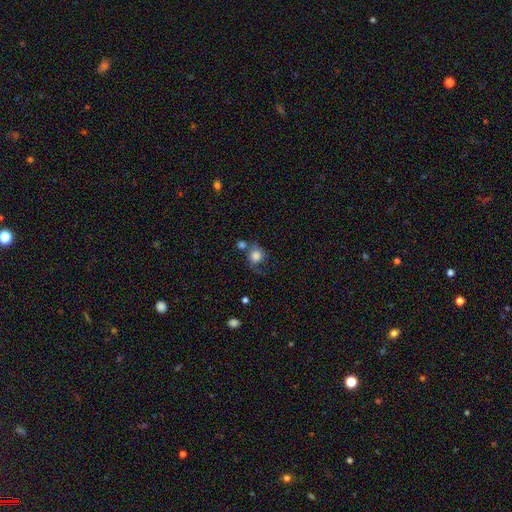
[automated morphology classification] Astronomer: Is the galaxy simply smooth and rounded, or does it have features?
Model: smooth — 78%.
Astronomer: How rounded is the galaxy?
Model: round — 81%.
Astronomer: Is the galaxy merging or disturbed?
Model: none — 46% (runner-up: minor disturbance, 21%).